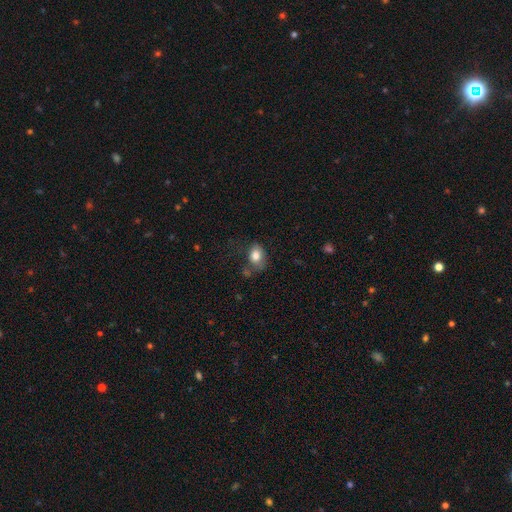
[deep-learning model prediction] A smooth galaxy with no disk features (80%) that is in between round and cigar-shaped (71%).

Vote fractions:
- Smooth or featured? smooth: 80% / featured or disk: 11% / star or artifact: 8%
- How rounded? in between: 71% / round: 28% / cigar-shaped: 1%
- Merging? none: 55% / minor disturbance: 26% / major disturbance: 11% / merger: 8%